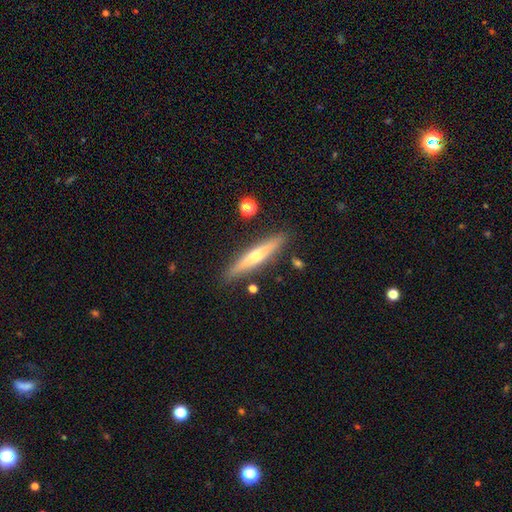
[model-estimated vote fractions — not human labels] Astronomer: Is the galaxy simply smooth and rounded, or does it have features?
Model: featured or disk — 53% (runner-up: smooth, 41%).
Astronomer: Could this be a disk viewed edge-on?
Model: yes — 94%.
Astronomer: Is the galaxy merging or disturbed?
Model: none — 87%.